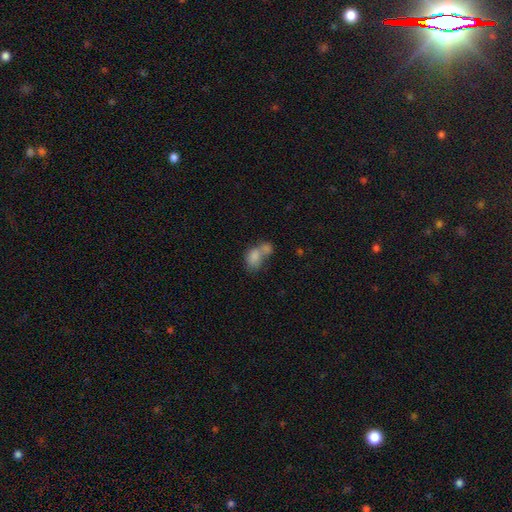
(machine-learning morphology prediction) Smooth or featured: smooth — 79% (featured or disk — 13%)
How rounded: in between — 75% (round — 23%)
Merging: merger — 69% (none — 18%)